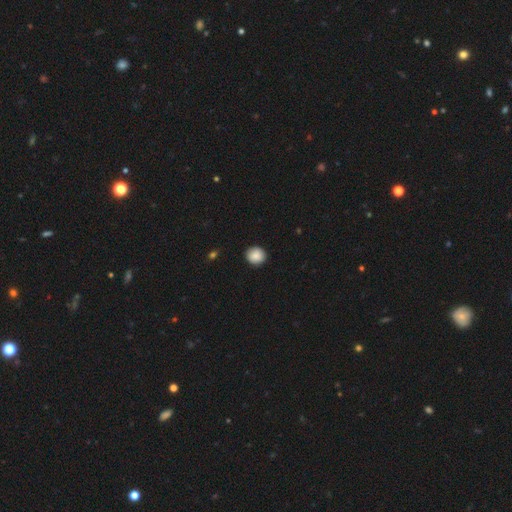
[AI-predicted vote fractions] This is clearly a smooth galaxy (88%). How rounded: clearly round (82%). Merging: clearly none (89%).